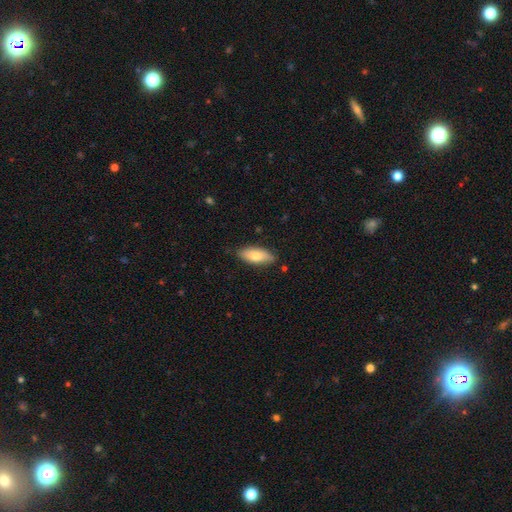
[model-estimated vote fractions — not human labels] smooth 77%, featured or disk 17%, star or artifact 6%. Down the decision tree: how rounded — in between (79%); merging — none (81%).